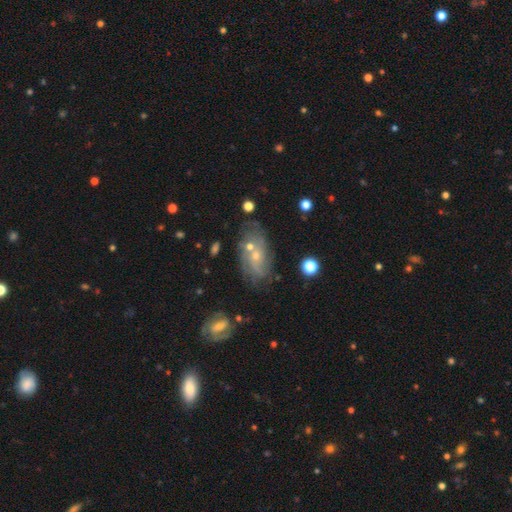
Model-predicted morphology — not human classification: This is likely a featured or disk galaxy (62%). It is clearly not viewed edge-on (92%). Bar: likely no (72%). Spiral arm pattern: likely yes (78%). Central bulge: likely small (70%). Merging: likely none (63%).